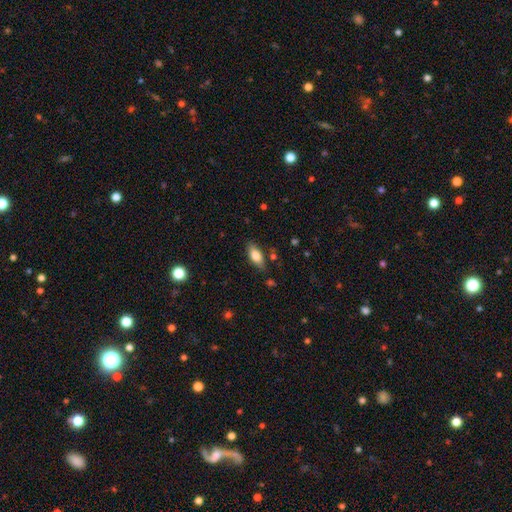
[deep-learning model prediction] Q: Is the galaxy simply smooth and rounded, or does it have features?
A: smooth — 79%.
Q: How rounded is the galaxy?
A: in between — 86%.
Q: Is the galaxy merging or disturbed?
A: none — 79%.